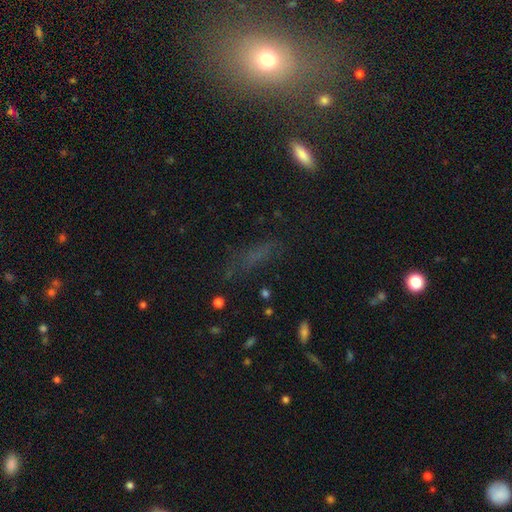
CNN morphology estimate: The model was most divided on "smooth or featured": smooth: 45%, star or artifact: 33%, featured or disk: 22%. More confident: merging — none (65%).